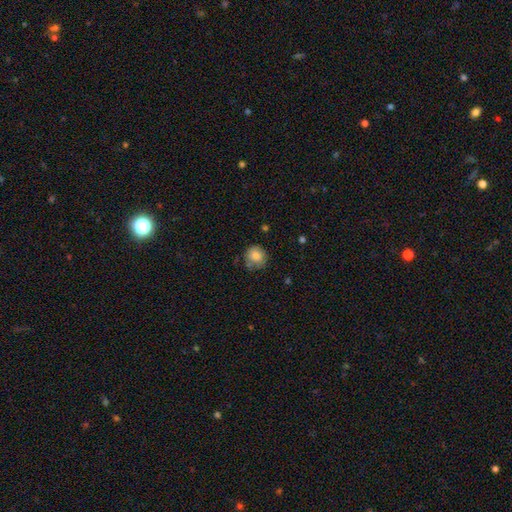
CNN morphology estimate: The model was most divided on "merging": none: 71%, minor disturbance: 21%, major disturbance: 5%, merger: 3%. More confident: how rounded — round (85%); smooth or featured — smooth (82%).